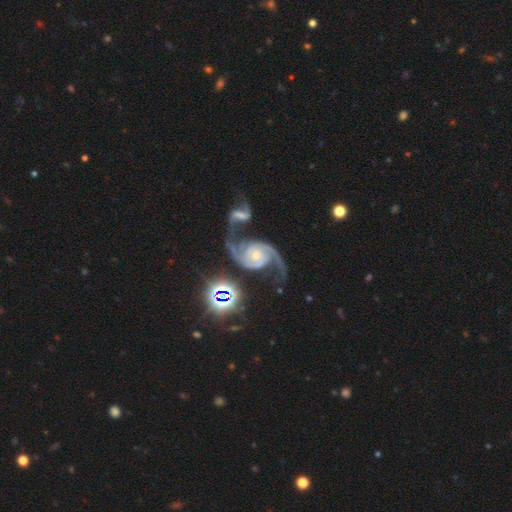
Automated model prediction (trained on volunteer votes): Q: Smooth or featured?
A: featured or disk (91%); runner-up: star or artifact (6%)
Q: Edge-on disk?
A: no (98%); runner-up: yes (2%)
Q: Bar?
A: no (57%); runner-up: weak (31%)
Q: Spiral arms?
A: yes (98%); runner-up: no (2%)
Q: Spiral winding?
A: medium (47%); runner-up: loose (39%)
Q: Spiral arm count?
A: 2 (93%); runner-up: 3 (2%)
Q: Bulge size?
A: small (45%); runner-up: moderate (42%)
Q: Merging?
A: none (42%); runner-up: merger (27%)